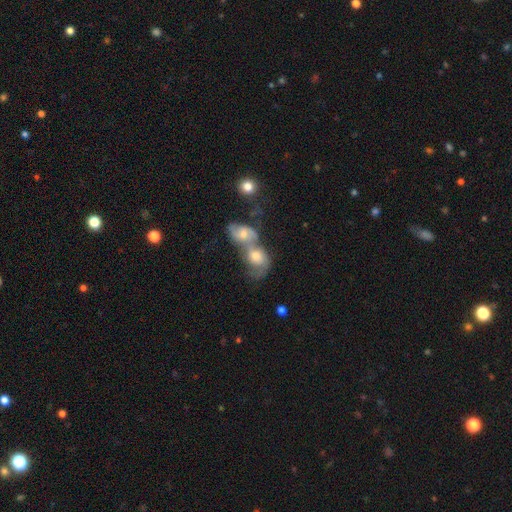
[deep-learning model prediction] A featured or disk galaxy (46%).

Vote fractions:
- Smooth or featured? featured or disk: 46% / smooth: 42% / star or artifact: 11%
- Merging? merger: 77% / none: 12% / major disturbance: 6% / minor disturbance: 5%